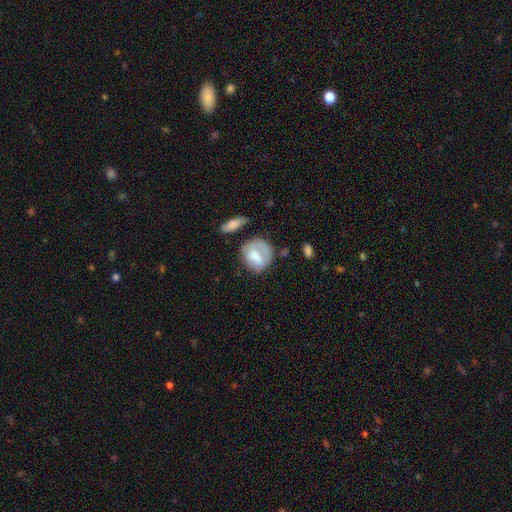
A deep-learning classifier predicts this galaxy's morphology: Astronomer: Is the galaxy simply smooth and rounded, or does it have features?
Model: smooth — 63%.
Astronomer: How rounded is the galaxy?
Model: round — 74%.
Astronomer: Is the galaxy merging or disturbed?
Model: none — 53%.